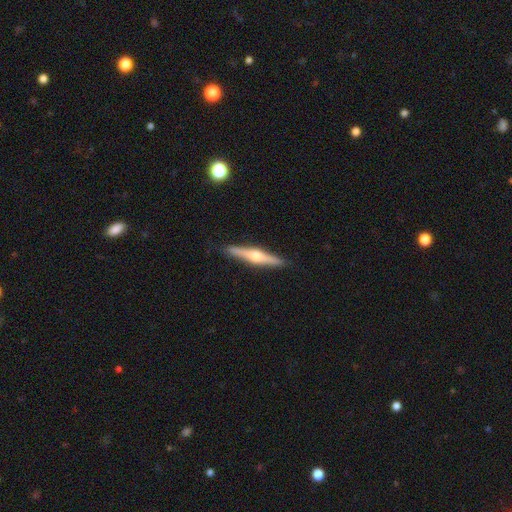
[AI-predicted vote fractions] A featured or disk galaxy (70%) viewed edge-on (98%) with a rounded central bulge (92%). Merging: none (91%).